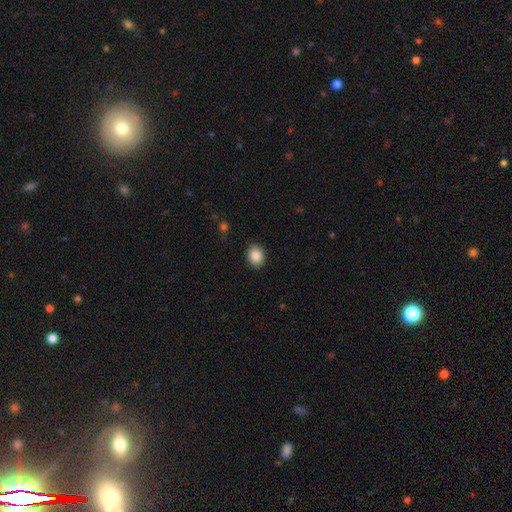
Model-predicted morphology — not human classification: Overall: smooth (88%). How rounded: in between (57%; round 42%). Merging: none (88%).